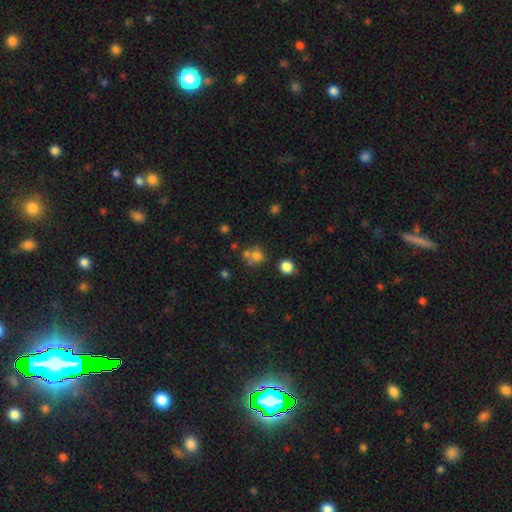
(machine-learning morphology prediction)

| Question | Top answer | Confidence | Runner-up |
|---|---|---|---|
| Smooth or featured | smooth | 70% | star or artifact (17%) |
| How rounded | round | 78% | in between (21%) |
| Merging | none | 50% | merger (31%) |